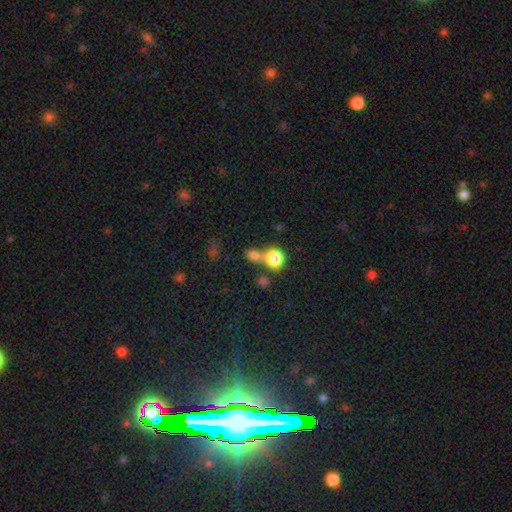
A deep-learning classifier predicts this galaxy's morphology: This is likely a smooth galaxy (70%). How rounded: likely round (79%). Merging: possibly none (50%).